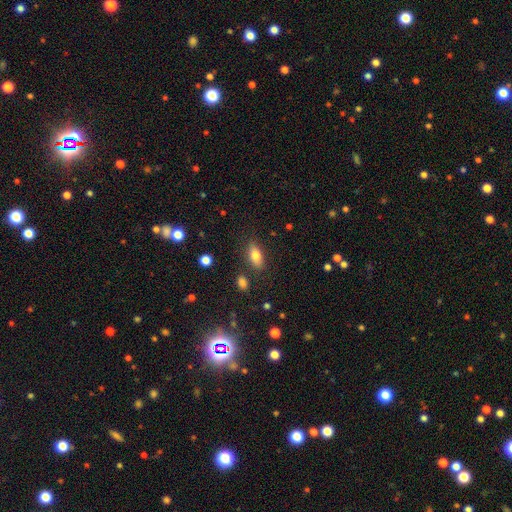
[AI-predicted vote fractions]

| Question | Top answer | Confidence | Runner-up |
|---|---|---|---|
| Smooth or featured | smooth | 76% | featured or disk (15%) |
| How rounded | in between | 84% | cigar-shaped (11%) |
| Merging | none | 82% | minor disturbance (12%) |